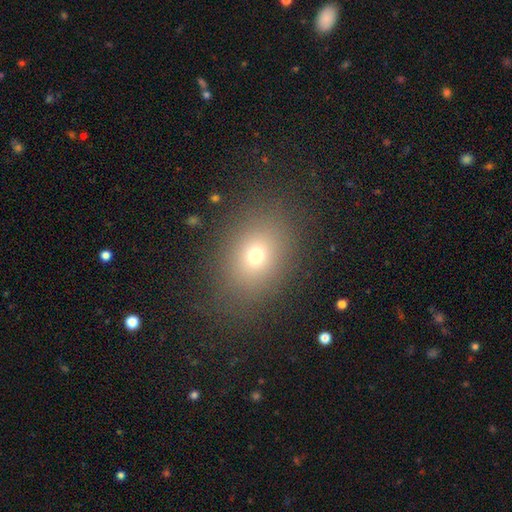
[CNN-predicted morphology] smooth-or-featured: smooth: 69% | star or artifact: 18% | featured or disk: 13%
  how-rounded: in between: 60% | round: 39% | cigar-shaped: 1%
  merging: none: 82% | minor disturbance: 11% | major disturbance: 6% | merger: 1%